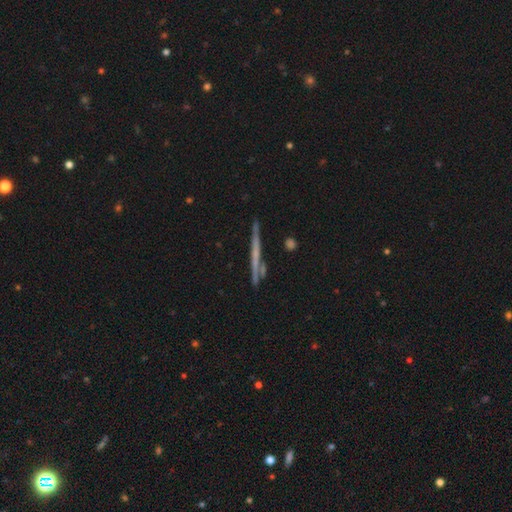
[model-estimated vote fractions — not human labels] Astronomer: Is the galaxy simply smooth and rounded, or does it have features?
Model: featured or disk — 58% (runner-up: smooth, 34%).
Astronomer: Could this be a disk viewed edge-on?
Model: yes — 95%.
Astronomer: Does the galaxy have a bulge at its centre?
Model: none — 80%.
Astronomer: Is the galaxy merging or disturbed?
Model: none — 79%.